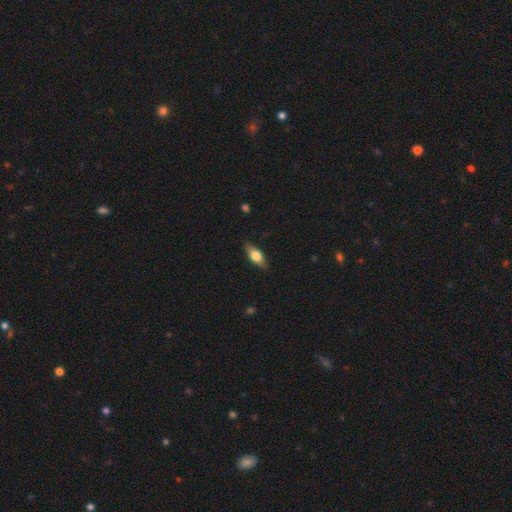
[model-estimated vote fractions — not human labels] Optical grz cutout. It shows a smooth galaxy with no disk features (65%) that is in between round and cigar-shaped (75%). Merging: none (85%).